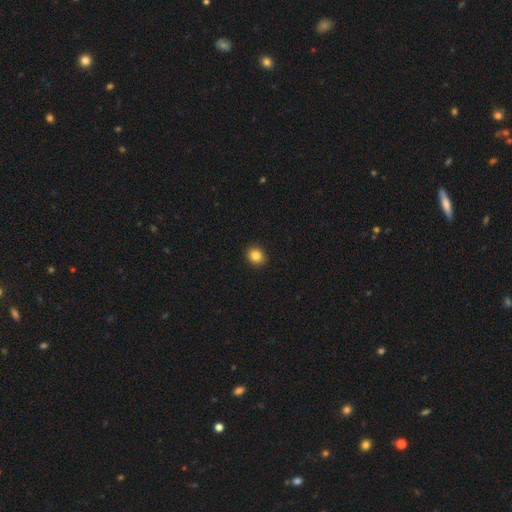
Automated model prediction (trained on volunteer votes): Smooth or featured: smooth — 85% (star or artifact — 10%)
How rounded: round — 77% (in between — 22%)
Merging: none — 92% (minor disturbance — 5%)